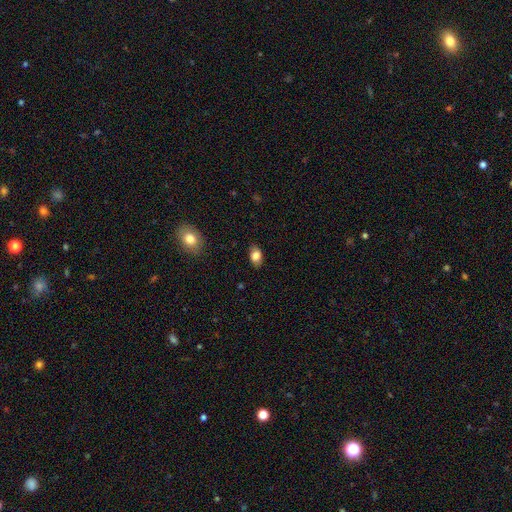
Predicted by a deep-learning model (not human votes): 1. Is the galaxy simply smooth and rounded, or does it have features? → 82% smooth, 9% featured or disk, 8% star or artifact.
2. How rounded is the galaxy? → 85% in between, 13% round, 2% cigar-shaped.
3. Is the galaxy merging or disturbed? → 84% none, 13% minor disturbance, 3% major disturbance, 1% merger.